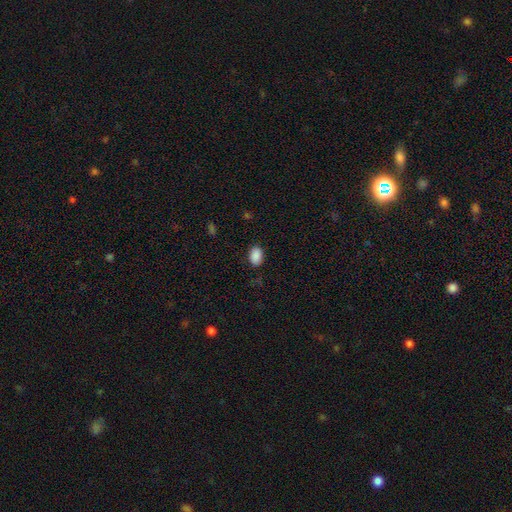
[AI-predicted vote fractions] smooth 89%, star or artifact 8%, featured or disk 3%. Down the decision tree: how rounded — in between (84%); merging — none (85%).